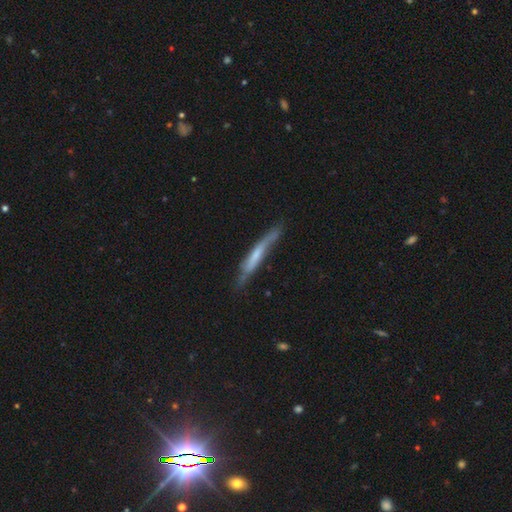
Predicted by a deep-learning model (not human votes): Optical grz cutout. It shows a featured or disk galaxy (49%). Merging: none (58%).